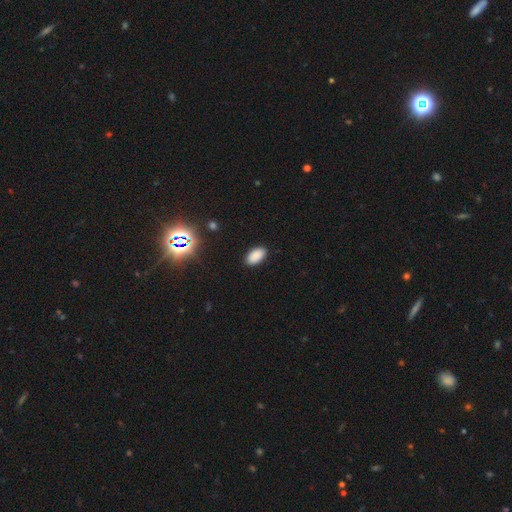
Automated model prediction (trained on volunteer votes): smooth_or_featured: smooth (p=0.86) [alt: star or artifact p=0.11]
how_rounded: in between (p=0.95) [alt: round p=0.04]
merging: none (p=0.89) [alt: minor disturbance p=0.08]